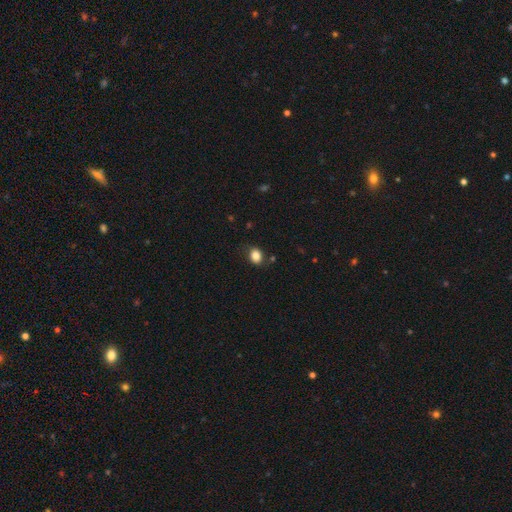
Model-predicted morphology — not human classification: type=smooth (85%); roundness=in between (54%); merging=none (81%).